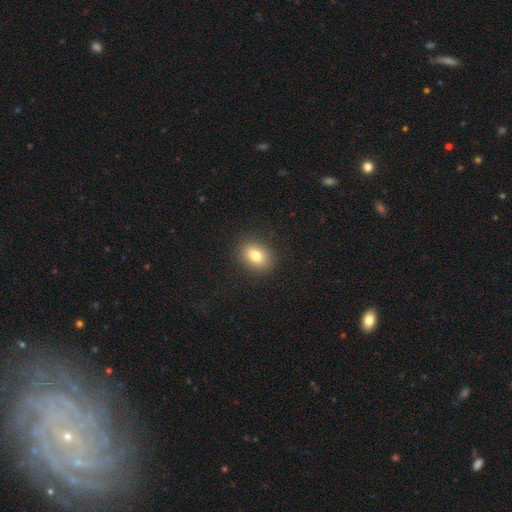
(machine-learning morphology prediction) smooth-or-featured: smooth: 78% | featured or disk: 12% | star or artifact: 10%
  how-rounded: in between: 58% | round: 41% | cigar-shaped: 1%
  merging: none: 89% | minor disturbance: 7% | major disturbance: 3% | merger: 1%